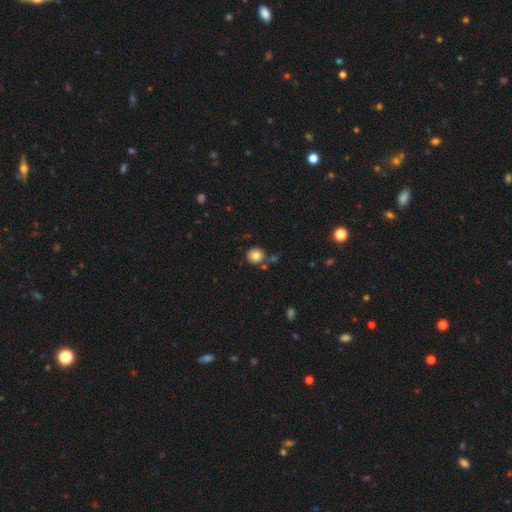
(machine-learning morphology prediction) This is clearly a smooth galaxy (81%). How rounded: clearly round (91%). Merging: likely none (77%).